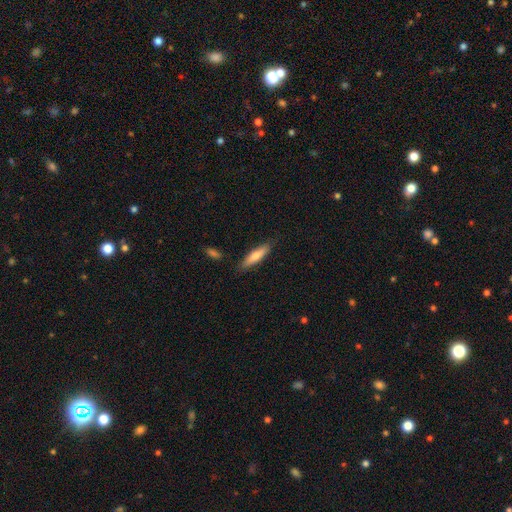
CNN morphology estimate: A smooth galaxy with no disk features (71%) that is cigar-shaped (75%). Merging: none (84%).